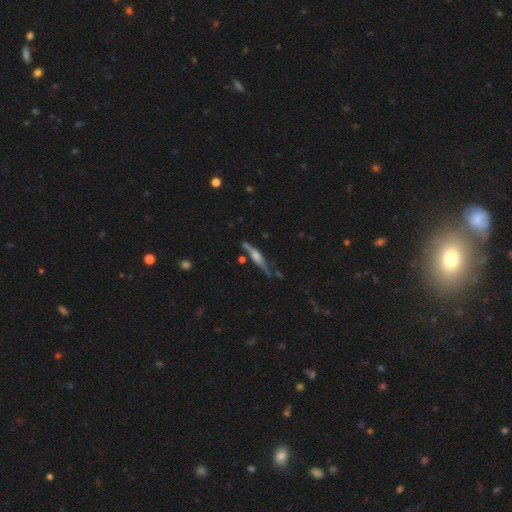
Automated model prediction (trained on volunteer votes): This appears to be a featured or disk galaxy (72%) viewed edge-on (94%) with a rounded central bulge (79%). Merging: none (70%).